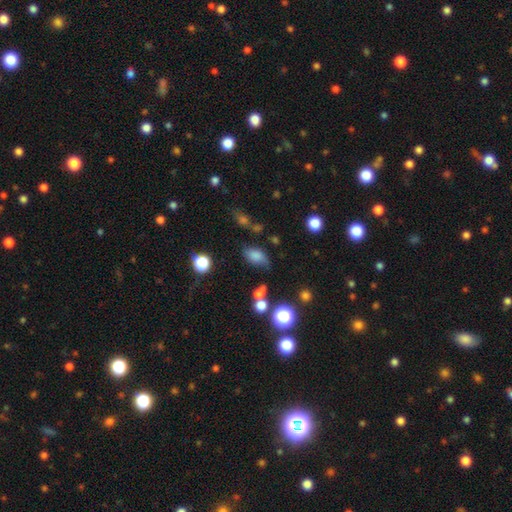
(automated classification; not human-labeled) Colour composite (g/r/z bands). It shows a smooth galaxy with no disk features (75%) that is in between round and cigar-shaped (87%). Merging: none (59%).